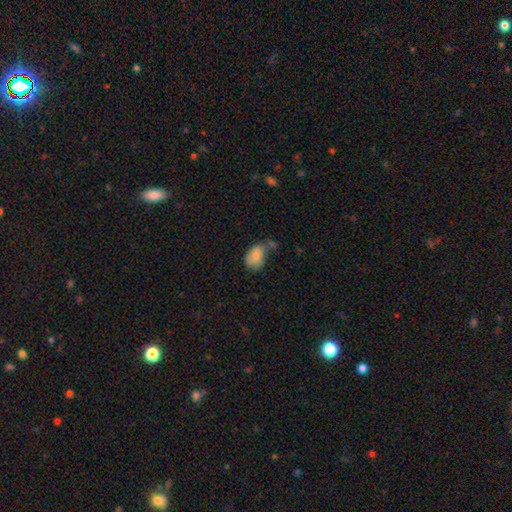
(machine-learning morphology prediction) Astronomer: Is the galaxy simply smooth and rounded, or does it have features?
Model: smooth — 79%.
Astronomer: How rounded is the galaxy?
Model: in between — 84%.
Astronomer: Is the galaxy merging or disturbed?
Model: none — 33% (runner-up: minor disturbance, 31%).